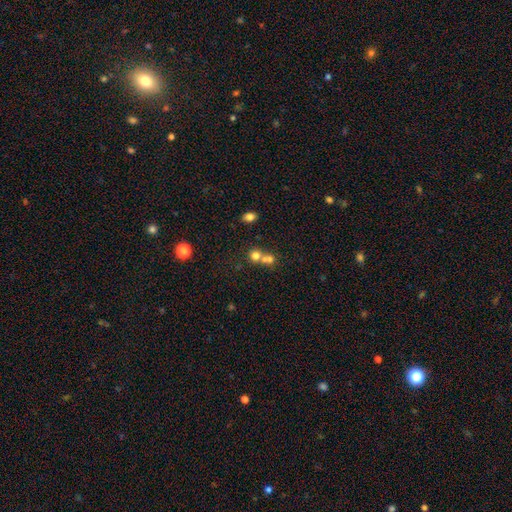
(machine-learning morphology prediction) This is likely a smooth galaxy (70%). How rounded: clearly round (83%). Merging: possibly merger (55%).